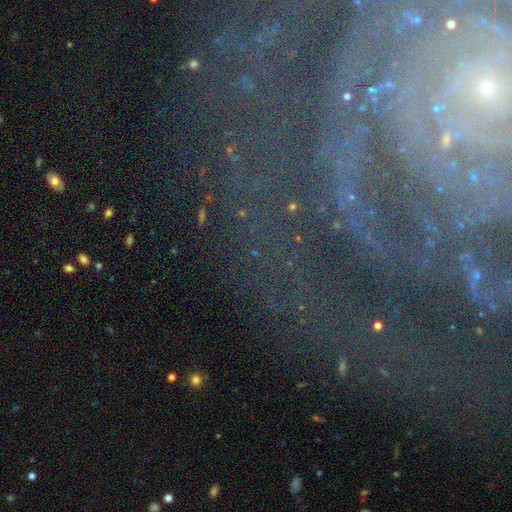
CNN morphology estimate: Smooth or featured? Predicted: featured or disk (p=0.45). Merging? Predicted: none (p=0.70).